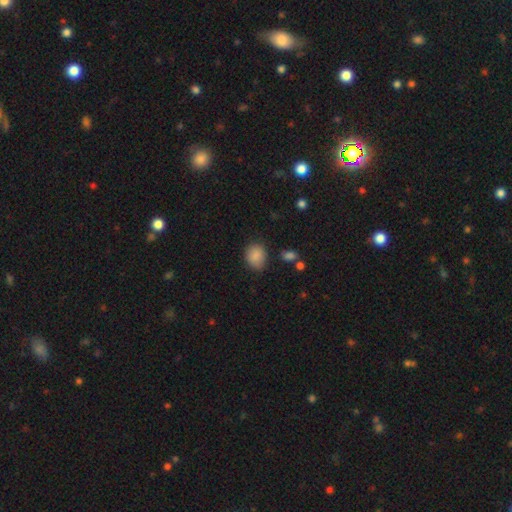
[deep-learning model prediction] Morphology: type=smooth (87%); roundness=round (58%); merging=none (78%).